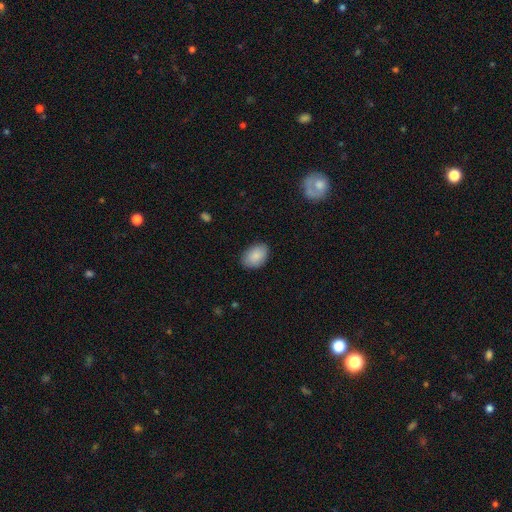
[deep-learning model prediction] Smooth or featured? Predicted: smooth (p=0.87). How rounded? Predicted: in between (p=0.87). Merging? Predicted: none (p=0.85).